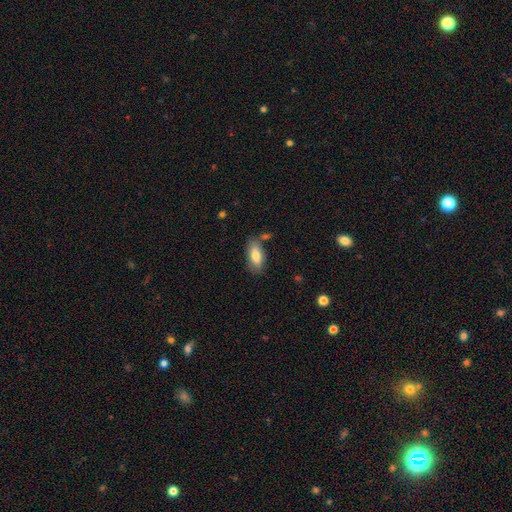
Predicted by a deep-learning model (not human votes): Smooth or featured: smooth — 79% (featured or disk — 14%)
How rounded: in between — 86% (cigar-shaped — 11%)
Merging: none — 76% (minor disturbance — 15%)